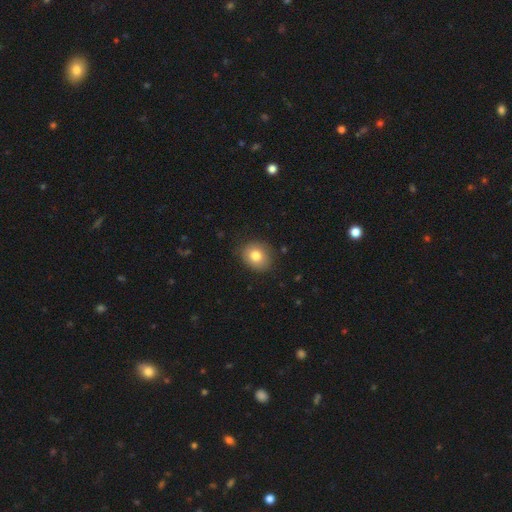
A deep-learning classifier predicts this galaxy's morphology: Smooth or featured: smooth — 81% (featured or disk — 11%)
How rounded: round — 67% (in between — 32%)
Merging: none — 84% (minor disturbance — 12%)